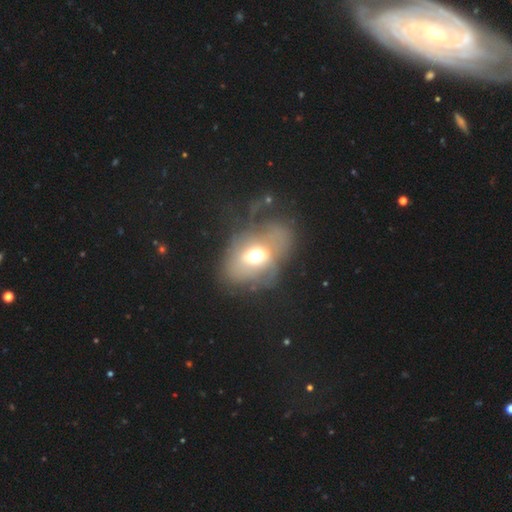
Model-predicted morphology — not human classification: The model was most divided on "smooth or featured": smooth: 45%, featured or disk: 40%, star or artifact: 15%. Remaining: merging — major disturbance (45%).